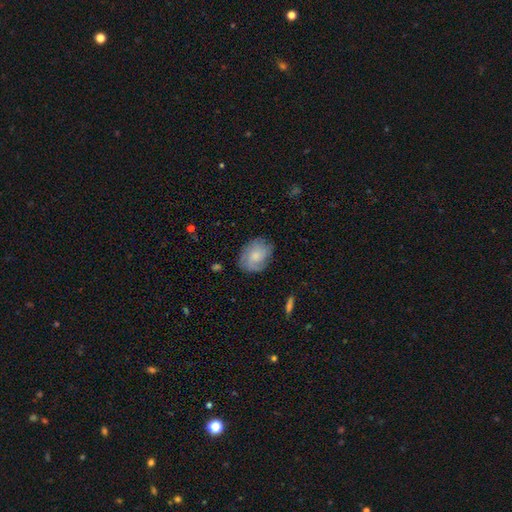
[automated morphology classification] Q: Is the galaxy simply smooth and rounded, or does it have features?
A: featured or disk — 47%.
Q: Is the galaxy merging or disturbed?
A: none — 74%.